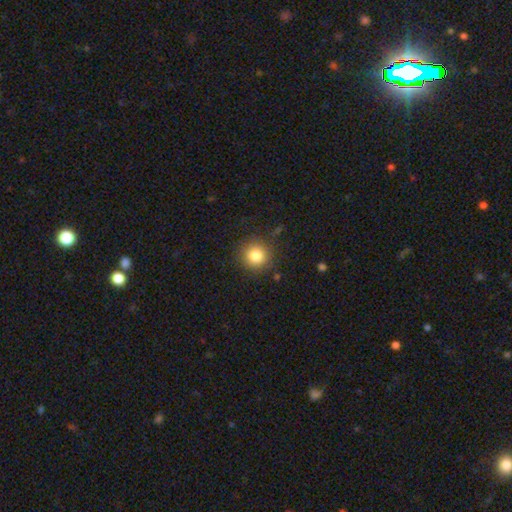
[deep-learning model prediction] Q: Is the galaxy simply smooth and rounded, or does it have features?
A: smooth — 83%.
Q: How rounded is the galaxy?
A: round — 94%.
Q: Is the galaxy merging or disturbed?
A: none — 88%.